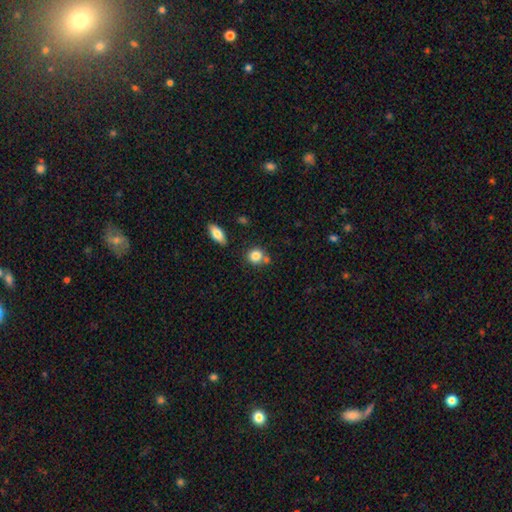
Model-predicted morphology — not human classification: A smooth galaxy with no disk features (83%) that is round (78%).

Vote fractions:
- Smooth or featured? smooth: 83% / star or artifact: 9% / featured or disk: 8%
- How rounded? round: 78% / in between: 20% / cigar-shaped: 1%
- Merging? none: 60% / merger: 24% / minor disturbance: 13% / major disturbance: 4%